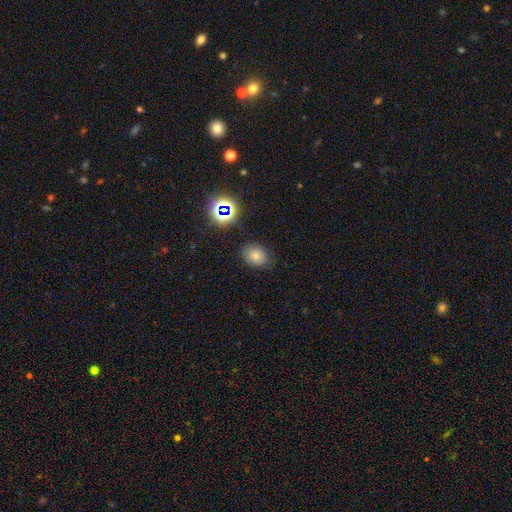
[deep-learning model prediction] smooth 70%, star or artifact 19%, featured or disk 11%. Down the decision tree: how rounded — round (54%); merging — none (79%).